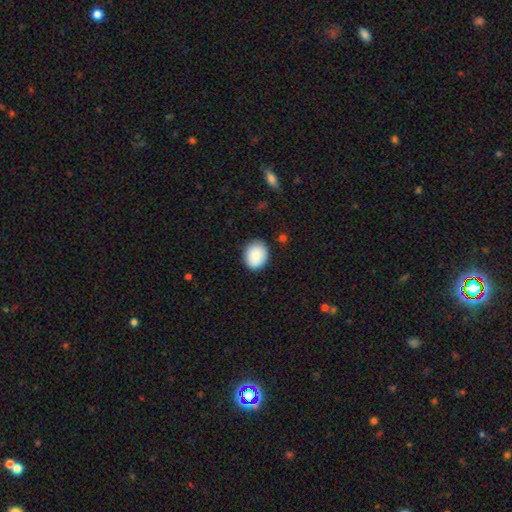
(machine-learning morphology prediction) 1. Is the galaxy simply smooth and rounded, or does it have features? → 88% smooth, 7% star or artifact, 5% featured or disk.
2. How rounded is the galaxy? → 62% round, 37% in between, 1% cigar-shaped.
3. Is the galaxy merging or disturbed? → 85% none, 11% minor disturbance, 2% major disturbance, 1% merger.